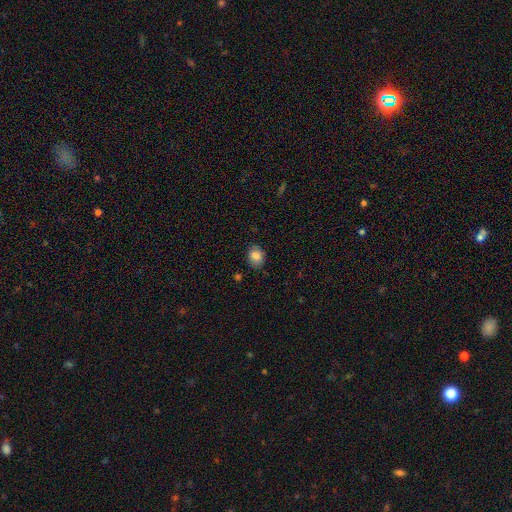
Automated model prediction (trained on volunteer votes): Smooth or featured? smooth (83%)
How rounded? in between (54%)
Merging? none (82%)